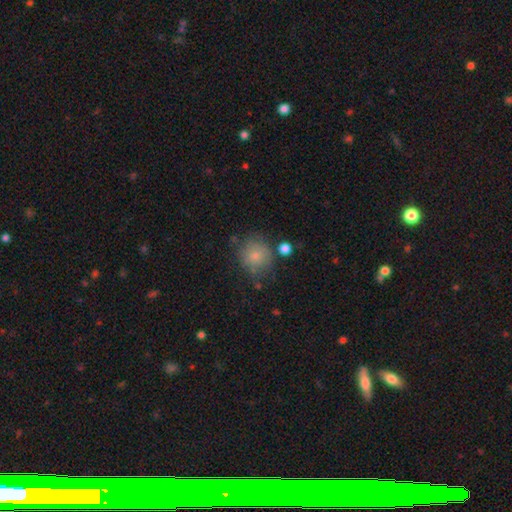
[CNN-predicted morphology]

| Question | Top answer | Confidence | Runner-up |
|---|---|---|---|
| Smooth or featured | smooth | 77% | featured or disk (13%) |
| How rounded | round | 86% | in between (13%) |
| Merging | none | 69% | minor disturbance (18%) |